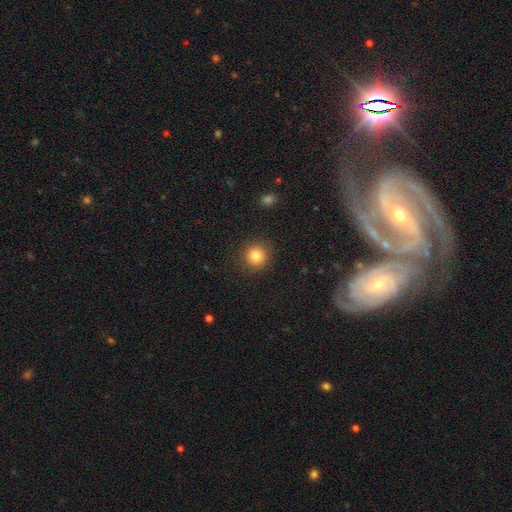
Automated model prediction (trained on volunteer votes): Smooth or featured? Predicted: smooth (p=0.83). How rounded? Predicted: round (p=0.92). Merging? Predicted: none (p=0.89).